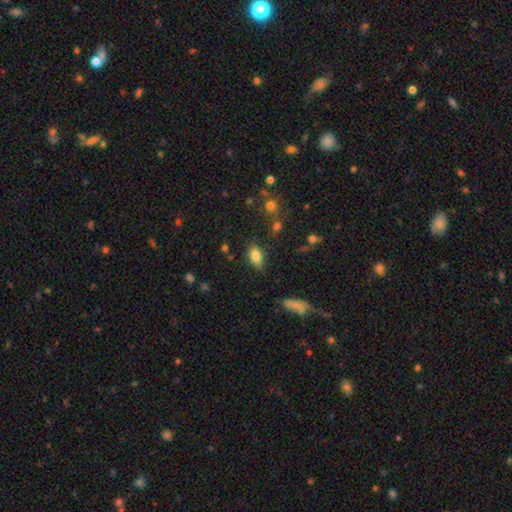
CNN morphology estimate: This is clearly a smooth galaxy (80%). How rounded: clearly in between (88%). Merging: likely none (79%).